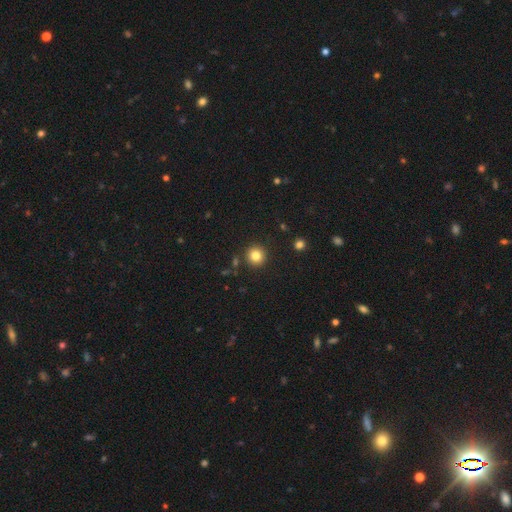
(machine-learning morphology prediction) A smooth galaxy with no disk features (82%) that is round (94%).

Vote fractions:
- Smooth or featured? smooth: 82% / star or artifact: 12% / featured or disk: 6%
- How rounded? round: 94% / in between: 5% / cigar-shaped: 1%
- Merging? none: 90% / minor disturbance: 6% / merger: 2% / major disturbance: 2%